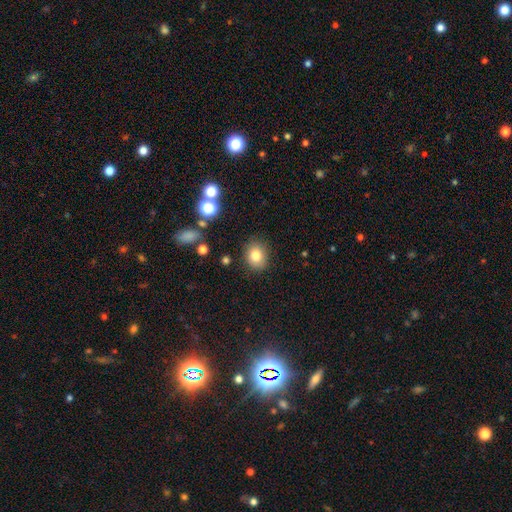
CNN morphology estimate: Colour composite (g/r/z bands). It shows a smooth galaxy with no disk features (80%) that is round (58%). Merging: none (85%).